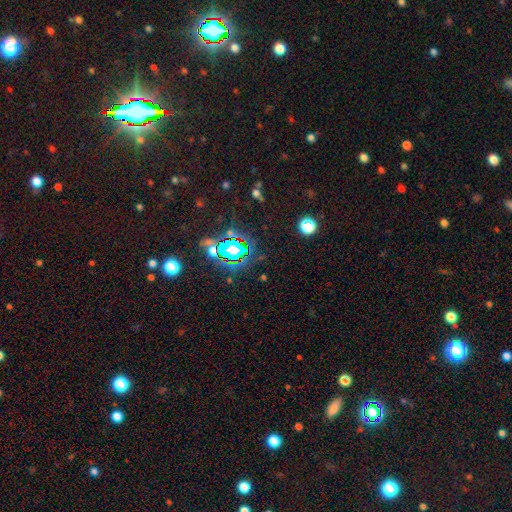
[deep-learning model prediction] smooth-or-featured: star or artifact: 83% | smooth: 10% | featured or disk: 7%